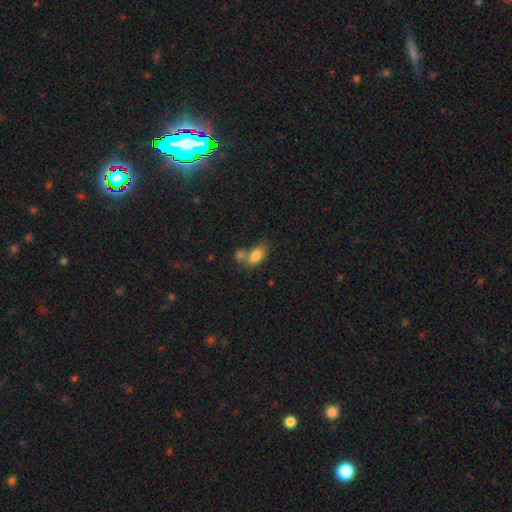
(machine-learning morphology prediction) Q: Smooth or featured?
A: smooth (82%); runner-up: featured or disk (10%)
Q: How rounded?
A: in between (88%); runner-up: round (9%)
Q: Merging?
A: merger (45%); runner-up: none (35%)